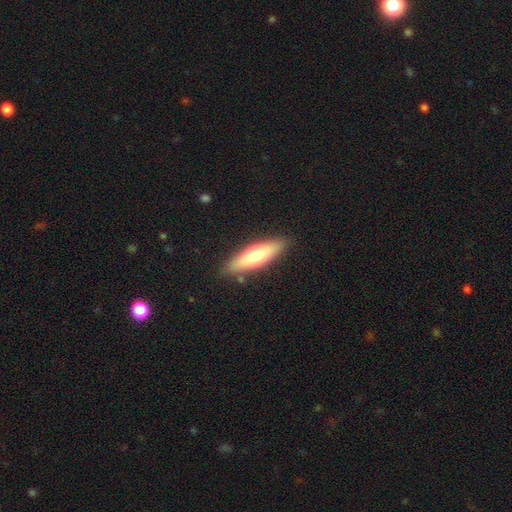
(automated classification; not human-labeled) A smooth galaxy with no disk features (60%) that is cigar-shaped (57%).

Vote fractions:
- Smooth or featured? smooth: 60% / featured or disk: 34% / star or artifact: 6%
- How rounded? cigar-shaped: 57% / in between: 41% / round: 2%
- Merging? none: 86% / minor disturbance: 10% / major disturbance: 2% / merger: 2%